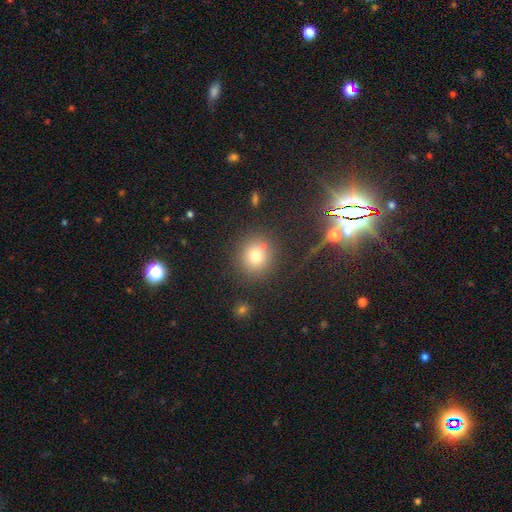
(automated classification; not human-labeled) smooth_or_featured: smooth (p=0.70) [alt: star or artifact p=0.20]
how_rounded: round (p=0.90) [alt: in between p=0.09]
merging: none (p=0.83) [alt: minor disturbance p=0.08]